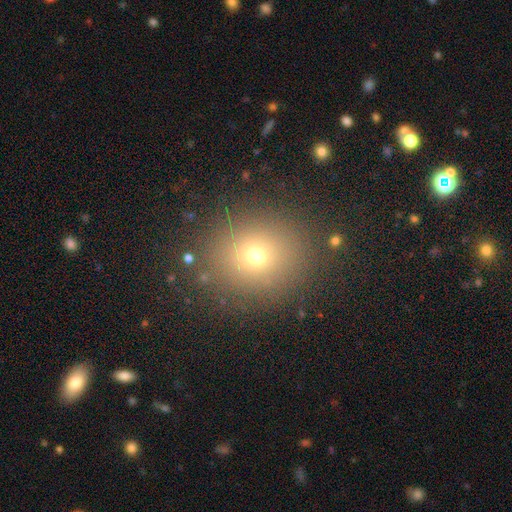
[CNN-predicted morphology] A smooth galaxy with no disk features (69%) that is round (79%). Merging: none (85%).